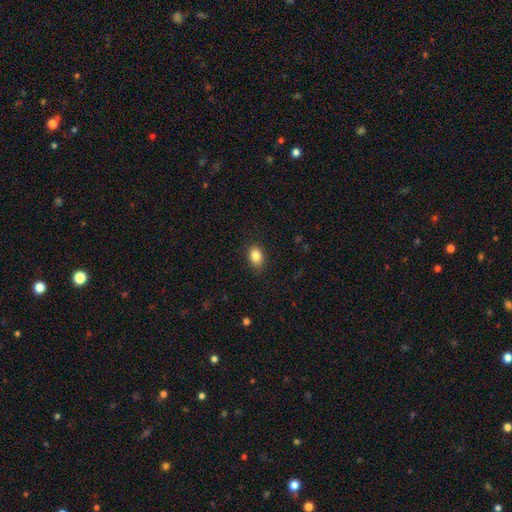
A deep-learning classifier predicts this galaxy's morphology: Smooth or featured? smooth (85%)
How rounded? in between (77%)
Merging? none (85%)